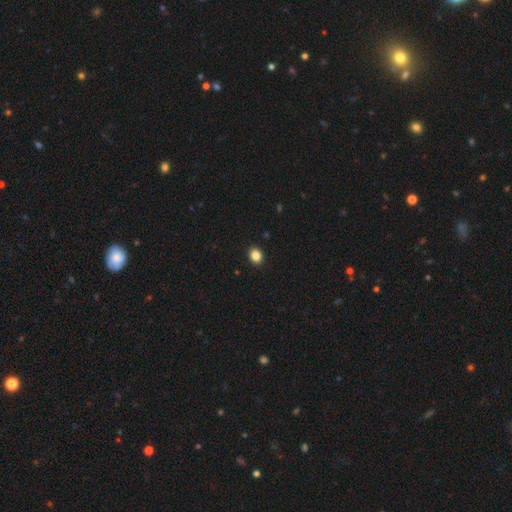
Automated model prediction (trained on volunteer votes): Smooth or featured? Predicted: smooth (p=0.86). How rounded? Predicted: in between (p=0.57). Merging? Predicted: none (p=0.91).